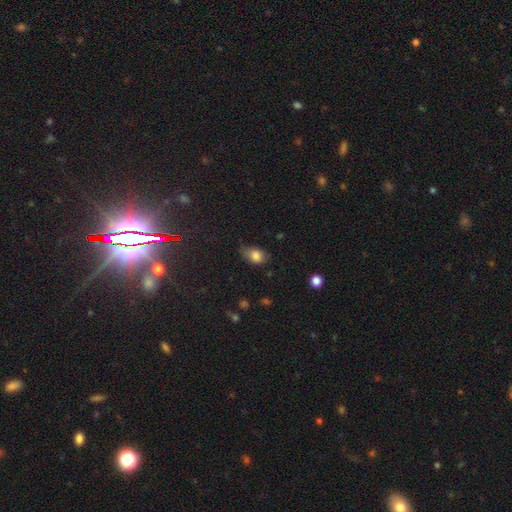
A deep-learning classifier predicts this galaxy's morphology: This is likely a smooth galaxy (80%). How rounded: likely in between (74%). Merging: marginally none (41%, tied with minor disturbance).